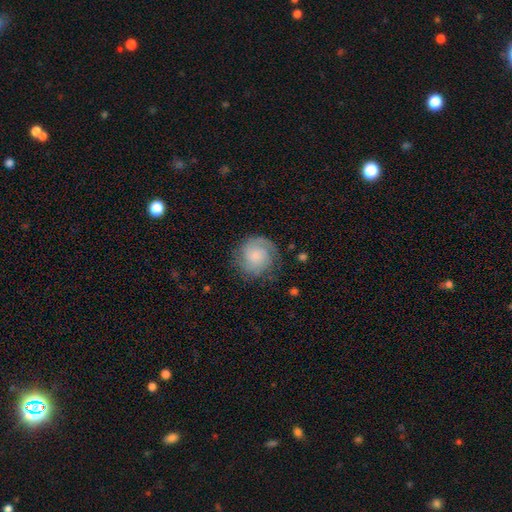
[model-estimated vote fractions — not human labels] smooth_or_featured: featured or disk (p=0.62) [alt: smooth p=0.30]
disk_edge_on: no (p=0.98) [alt: yes p=0.02]
bar: no (p=0.73) [alt: weak p=0.24]
has_spiral_arms: yes (p=0.93) [alt: no p=0.07]
spiral_winding: tight (p=0.55) [alt: medium p=0.34]
spiral_arm_count: 2 (p=0.49) [alt: can't tell p=0.21]
bulge_size: small (p=0.47) [alt: moderate p=0.25]
merging: none (p=0.76) [alt: minor disturbance p=0.15]